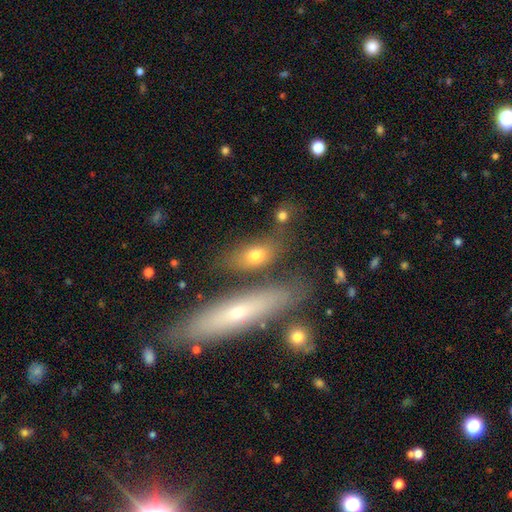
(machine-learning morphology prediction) type=smooth (68%); roundness=in between (67%); merging=none (62%).